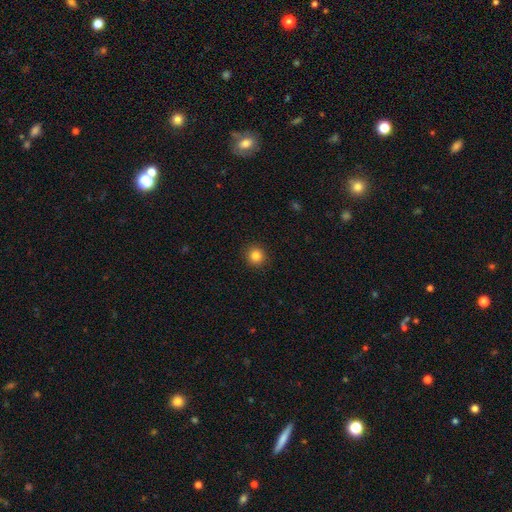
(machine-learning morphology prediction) Smooth or featured?
  - smooth: 85% *
  - star or artifact: 11%
  - featured or disk: 4%
How rounded?
  - round: 93% *
  - in between: 6%
  - cigar-shaped: 1%
Merging?
  - none: 92% *
  - minor disturbance: 5%
  - major disturbance: 2%
  - merger: 1%